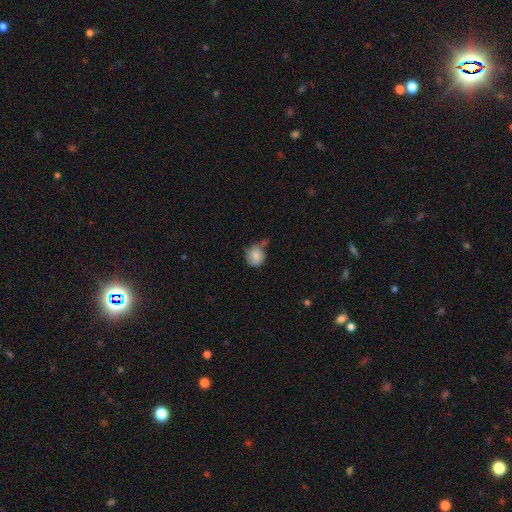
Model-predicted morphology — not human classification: Smooth or featured? smooth (82%)
How rounded? round (77%)
Merging? none (50%)